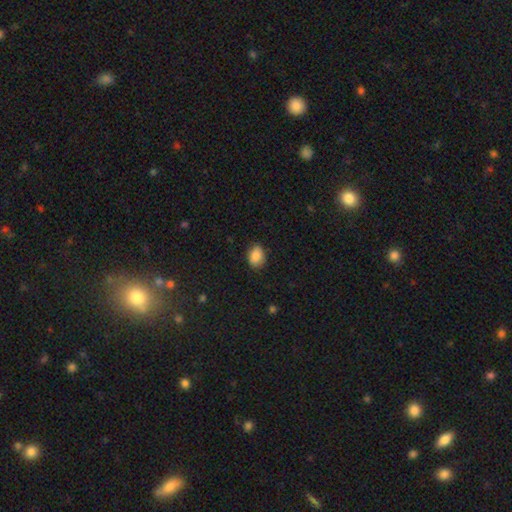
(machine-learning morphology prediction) This is clearly a smooth galaxy (87%). How rounded: likely in between (73%). Merging: clearly none (84%).